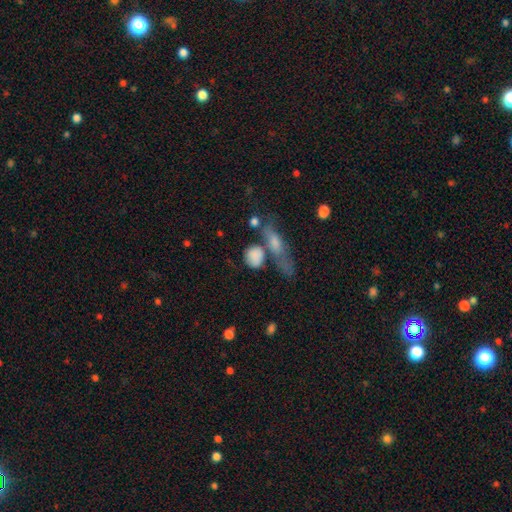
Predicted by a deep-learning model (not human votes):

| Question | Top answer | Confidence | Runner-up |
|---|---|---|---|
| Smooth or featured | smooth | 81% | featured or disk (11%) |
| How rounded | round | 63% | in between (28%) |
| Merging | none | 51% | merger (25%) |